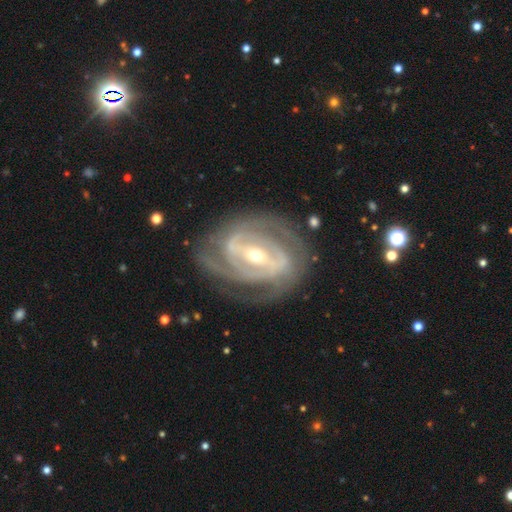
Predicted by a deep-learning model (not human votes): This is clearly a featured or disk galaxy (90%). It is clearly not viewed edge-on (96%). Bar: possibly strong (56%). Spiral arm pattern: clearly yes (95%). Spiral arm count: marginally 2 (43%). Spiral winding: likely tight (63%). Central bulge: possibly small (57%). Merging: likely none (76%).